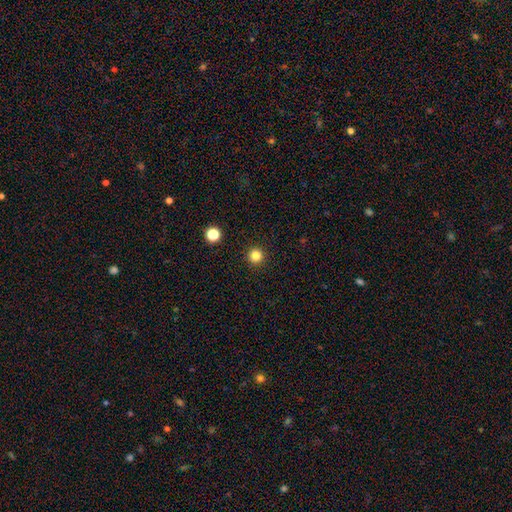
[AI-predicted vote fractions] This is clearly a smooth galaxy (83%). How rounded: clearly round (96%). Merging: clearly none (93%).